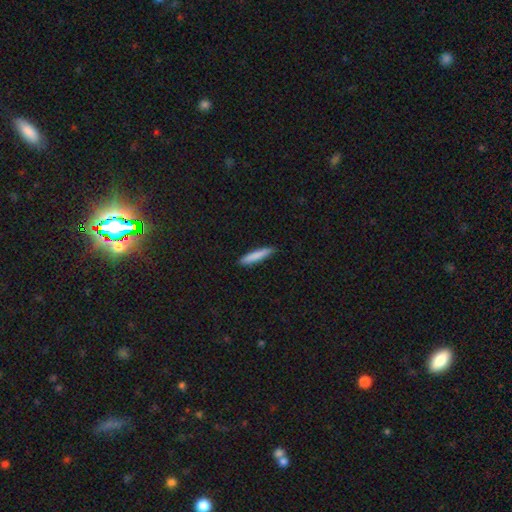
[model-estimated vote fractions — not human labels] The model was most divided on "smooth or featured": smooth: 84%, featured or disk: 11%, star or artifact: 6%. More confident: how rounded — cigar-shaped (90%); merging — none (90%).